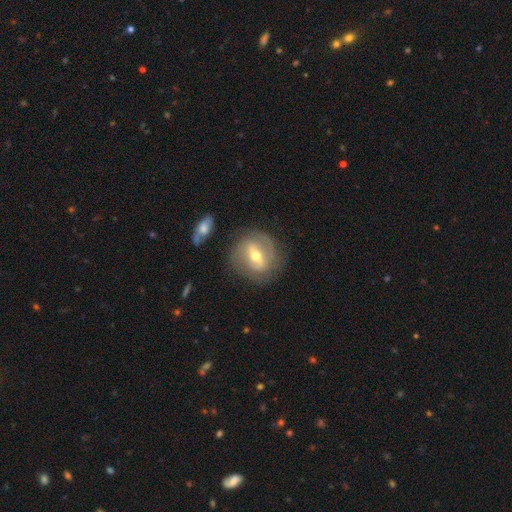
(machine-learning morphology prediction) The model was most divided on "bar": strong: 47%, weak: 38%, no: 15%. More confident: edge-on disk — no (92%); merging — none (75%); bulge size — moderate (70%); smooth or featured — featured or disk (69%); spiral arms — yes (58%).